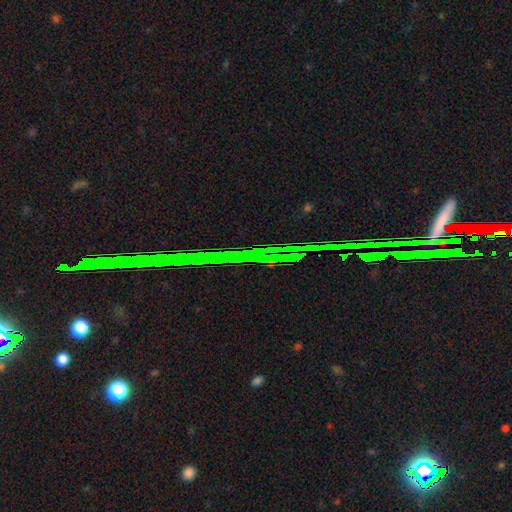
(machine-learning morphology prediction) A star or artifact, not a galaxy (85%).

Vote fractions:
- Smooth or featured? star or artifact: 85% / featured or disk: 9% / smooth: 6%